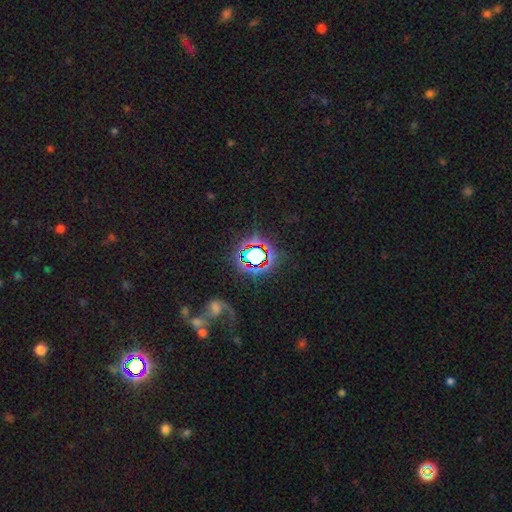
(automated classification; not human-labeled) The model was most divided on "smooth or featured": star or artifact: 67%, smooth: 19%, featured or disk: 14%.